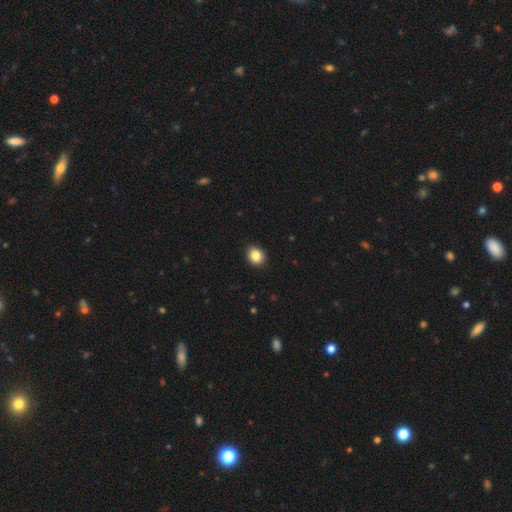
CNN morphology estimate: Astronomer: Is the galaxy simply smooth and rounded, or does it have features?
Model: smooth — 85%.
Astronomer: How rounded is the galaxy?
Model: round — 68%.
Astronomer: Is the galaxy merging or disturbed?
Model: none — 92%.